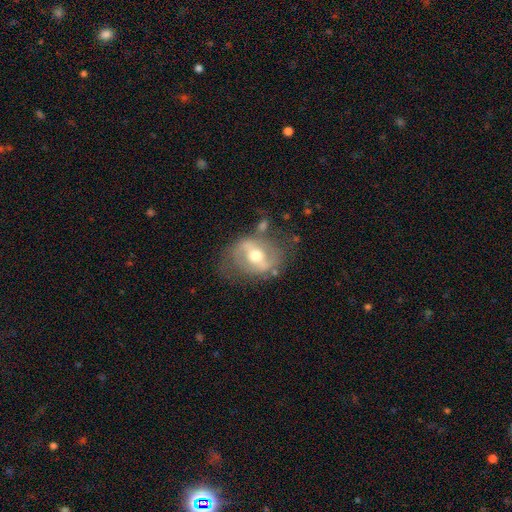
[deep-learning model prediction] smooth_or_featured: featured or disk (p=0.70) [alt: smooth p=0.24]
disk_edge_on: no (p=0.94) [alt: yes p=0.06]
bar: strong (p=0.43) [alt: weak p=0.36]
has_spiral_arms: yes (p=0.52) [alt: no p=0.48]
bulge_size: moderate (p=0.73) [alt: small p=0.14]
merging: none (p=0.60) [alt: minor disturbance p=0.21]